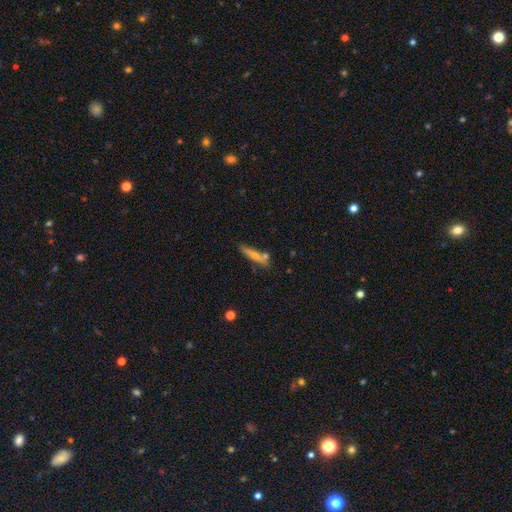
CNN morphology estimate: type=smooth (53%); roundness=cigar-shaped (85%); merging=none (63%).